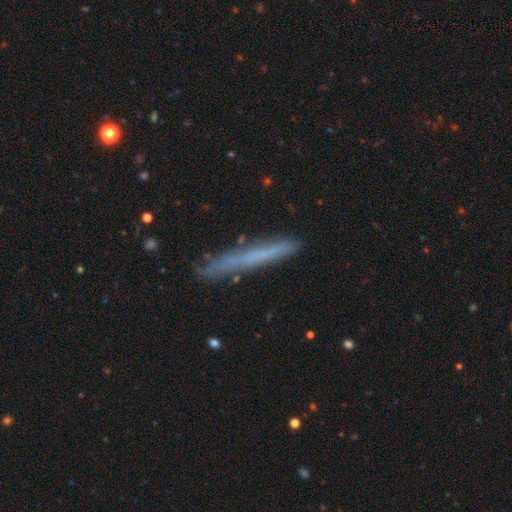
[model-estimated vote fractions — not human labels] Overall: smooth (52%; featured or disk 40%). How rounded: cigar-shaped (96%). Merging: none (81%).